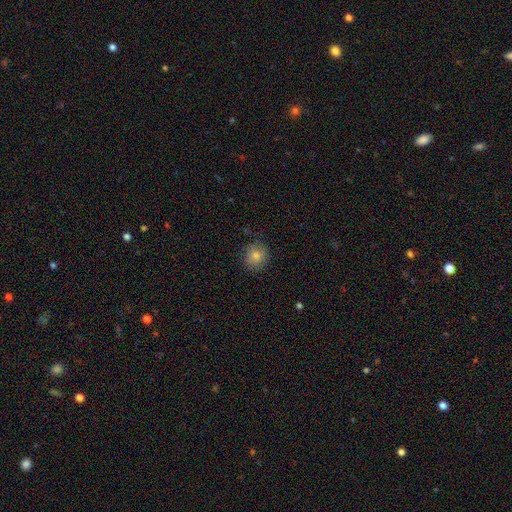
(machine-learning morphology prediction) Smooth or featured: smooth — 73% (star or artifact — 14%)
How rounded: round — 88% (in between — 11%)
Merging: none — 82% (minor disturbance — 14%)